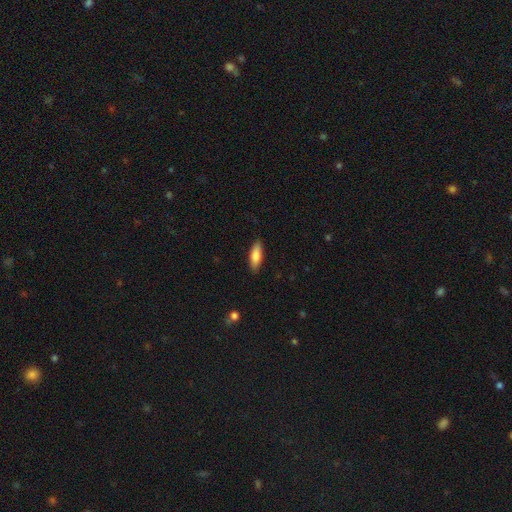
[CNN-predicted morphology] A smooth galaxy with no disk features (82%) that is in between round and cigar-shaped (58%). Merging: none (86%).